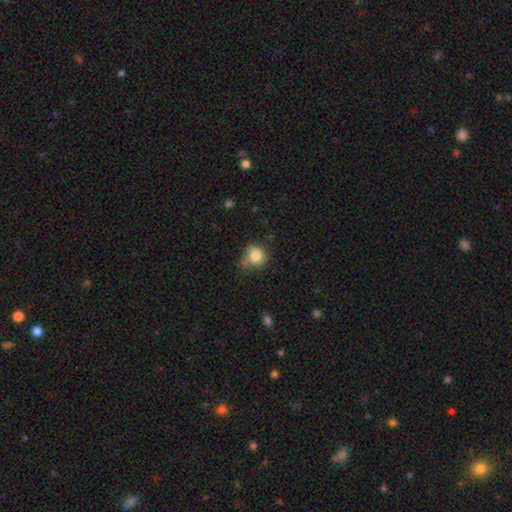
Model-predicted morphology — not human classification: Overall: smooth (83%). How rounded: round (83%). Merging: none (60%; minor disturbance 25%).